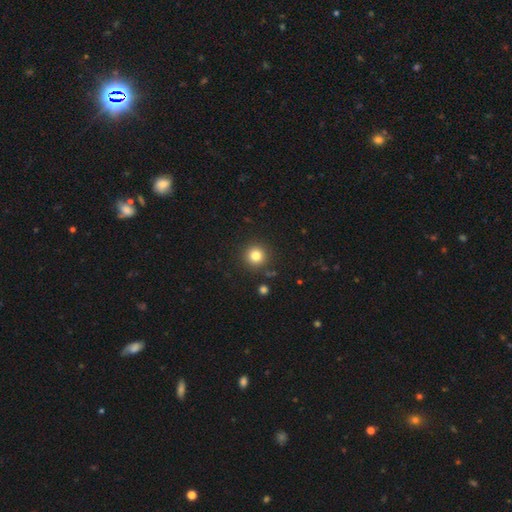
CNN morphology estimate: Smooth or featured? smooth (81%)
How rounded? round (95%)
Merging? none (90%)